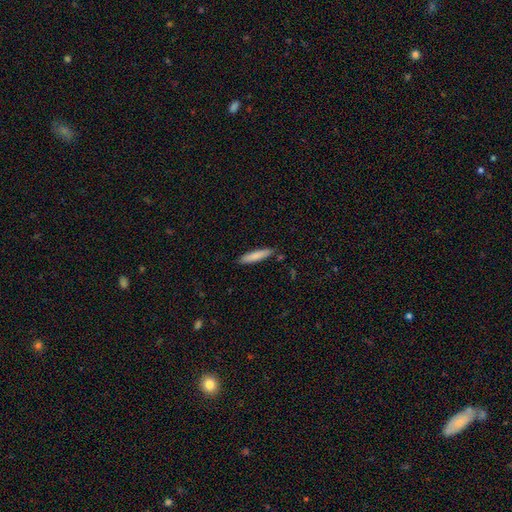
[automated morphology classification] This is clearly a smooth galaxy (82%). How rounded: clearly cigar-shaped (85%). Merging: clearly none (85%).